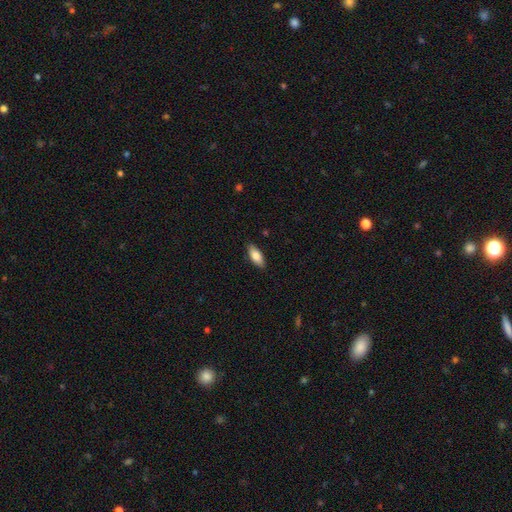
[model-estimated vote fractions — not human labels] Overall: smooth (81%). How rounded: in between (81%). Merging: none (86%).